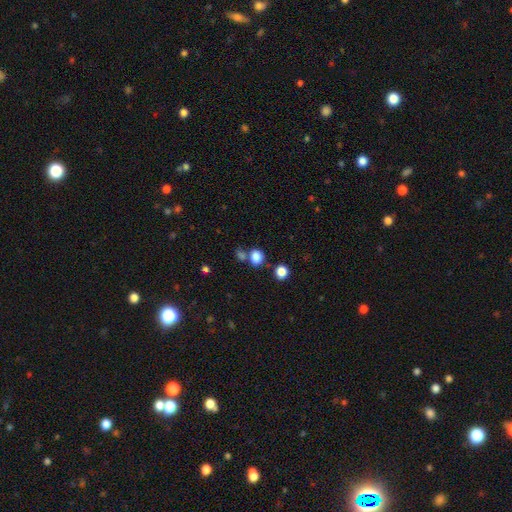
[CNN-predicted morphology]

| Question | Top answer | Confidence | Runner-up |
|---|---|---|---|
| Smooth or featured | smooth | 83% | star or artifact (11%) |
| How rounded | round | 62% | in between (37%) |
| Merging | none | 60% | merger (23%) |